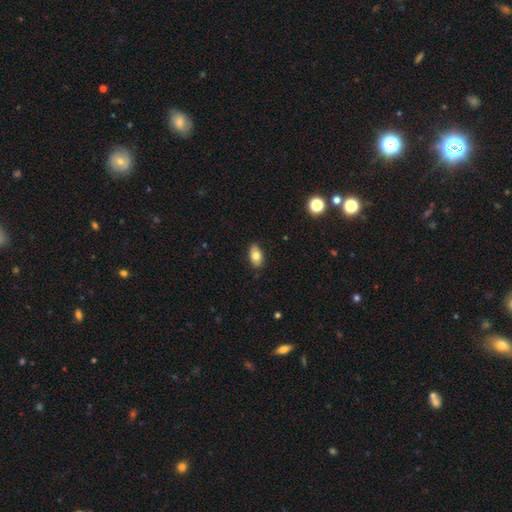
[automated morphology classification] A smooth galaxy with no disk features (77%) that is in between round and cigar-shaped (91%).

Vote fractions:
- Smooth or featured? smooth: 77% / featured or disk: 16% / star or artifact: 7%
- How rounded? in between: 91% / round: 6% / cigar-shaped: 2%
- Merging? none: 85% / minor disturbance: 12% / major disturbance: 2% / merger: 1%